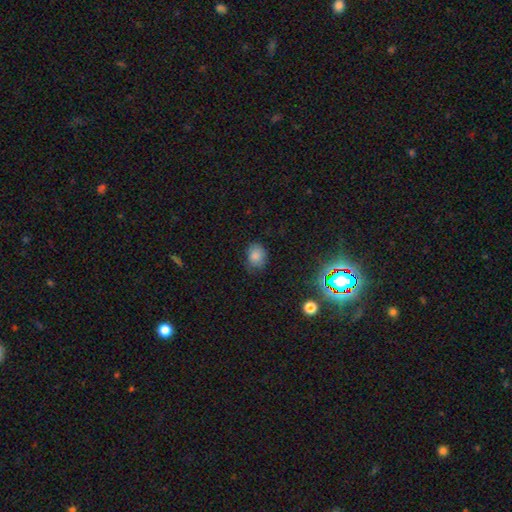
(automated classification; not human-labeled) Smooth or featured: smooth — 80% (star or artifact — 13%)
How rounded: in between — 53% (round — 47%)
Merging: none — 73% (minor disturbance — 21%)